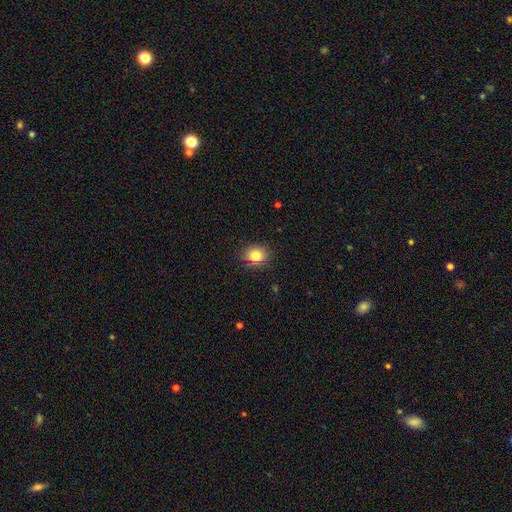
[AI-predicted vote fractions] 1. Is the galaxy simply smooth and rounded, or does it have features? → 80% smooth, 12% star or artifact, 8% featured or disk.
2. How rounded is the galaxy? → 67% round, 32% in between, 1% cigar-shaped.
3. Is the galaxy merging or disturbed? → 84% none, 12% minor disturbance, 3% major disturbance, 1% merger.